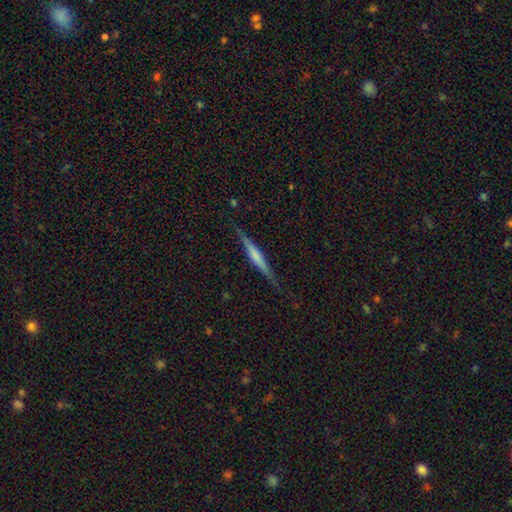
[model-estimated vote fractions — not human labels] smooth_or_featured: featured or disk (p=0.63) [alt: smooth p=0.31]
disk_edge_on: yes (p=0.97) [alt: no p=0.03]
edge_on_bulge: rounded (p=0.36) [alt: none p=0.35]
merging: none (p=0.85) [alt: minor disturbance p=0.11]